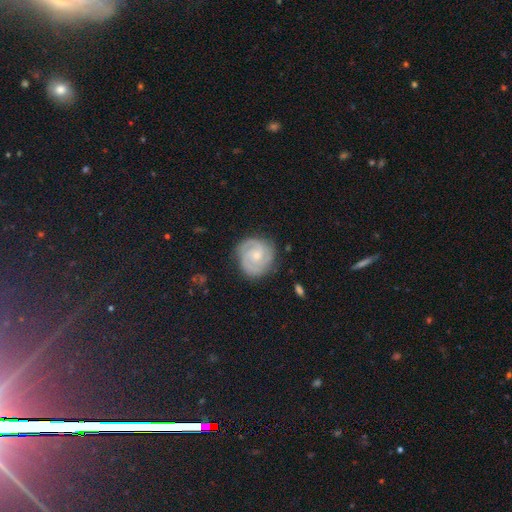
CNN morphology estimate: Smooth or featured: featured or disk — 86% (smooth — 9%)
Edge-on disk: no — 98% (yes — 2%)
Bar: no — 61% (weak — 33%)
Spiral arms: yes — 97% (no — 3%)
Spiral winding: tight — 64% (medium — 31%)
Spiral arm count: 2 — 63% (3 — 21%)
Bulge size: small — 64% (moderate — 32%)
Merging: none — 81% (minor disturbance — 14%)